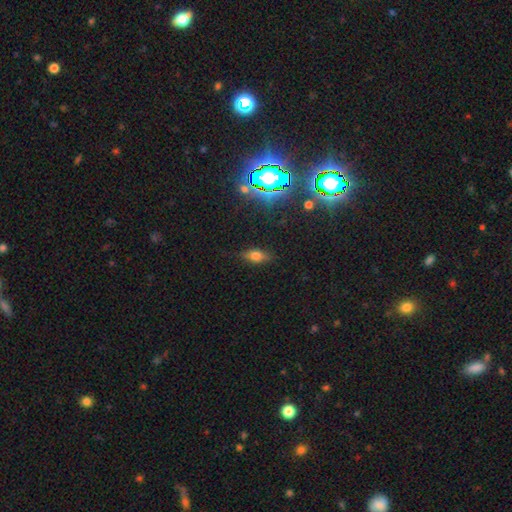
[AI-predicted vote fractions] This appears to be a smooth galaxy with no disk features (62%) that is in between round and cigar-shaped (78%). Merging: none (82%).